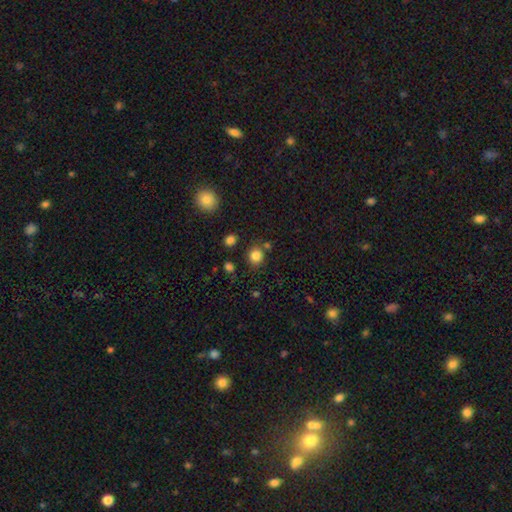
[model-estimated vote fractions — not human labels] Smooth or featured: smooth — 83% (star or artifact — 12%)
How rounded: round — 80% (in between — 19%)
Merging: none — 79% (minor disturbance — 10%)